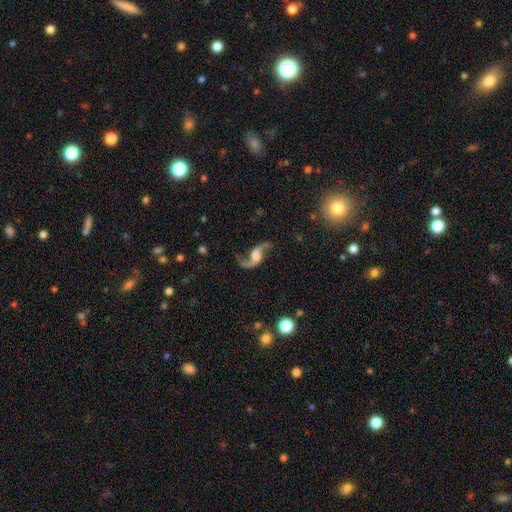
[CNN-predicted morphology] Smooth or featured? Predicted: featured or disk (p=0.90). Edge-on disk? Predicted: no (p=0.96). Bar? Predicted: no (p=0.51). Spiral arms? Predicted: yes (p=0.97). Spiral winding? Predicted: loose (p=0.88). Spiral arm count? Predicted: 2 (p=0.94). Bulge size? Predicted: moderate (p=0.38). Merging? Predicted: none (p=0.77).